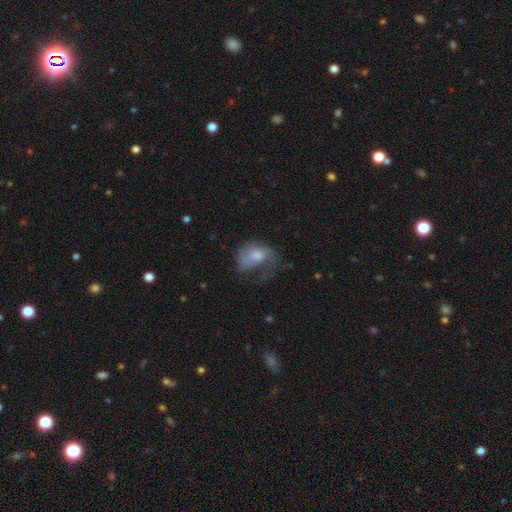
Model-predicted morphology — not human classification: The model was most divided on "smooth or featured": smooth: 49%, featured or disk: 42%, star or artifact: 9%. More confident: merging — major disturbance (55%).